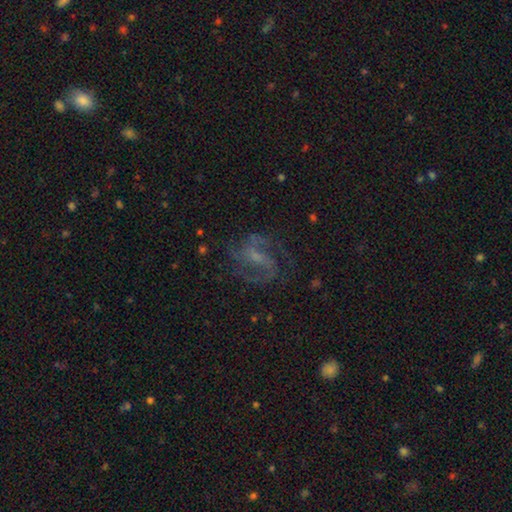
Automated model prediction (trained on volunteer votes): This appears to be a featured or disk galaxy (80%) with a weak bar (49%), 2 (61%) medium (55%) spiral arms (93%) and a small central bulge (45%). Merging: none (67%).